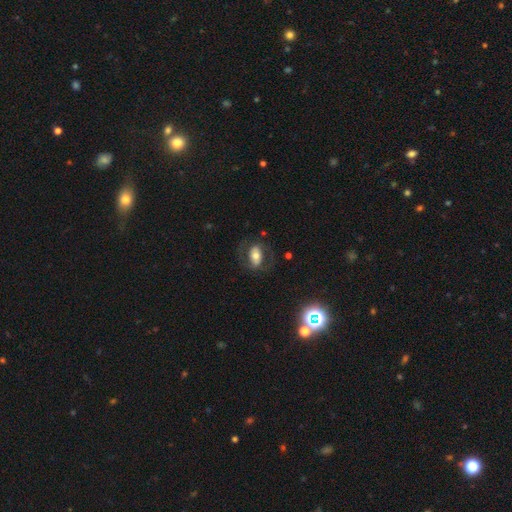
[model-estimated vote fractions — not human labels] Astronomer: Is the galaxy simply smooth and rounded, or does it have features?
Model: featured or disk — 46% (runner-up: smooth, 44%).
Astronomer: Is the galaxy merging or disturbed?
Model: none — 69%.